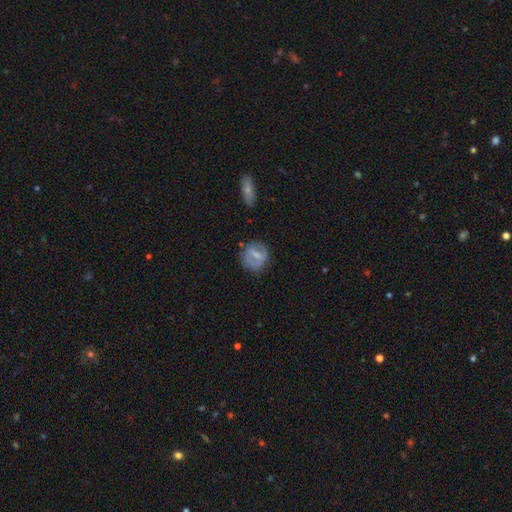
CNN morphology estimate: Smooth or featured?
  - featured or disk: 51% *
  - smooth: 42%
  - star or artifact: 7%
Edge-on disk?
  - no: 95% *
  - yes: 5%
Merging?
  - none: 72% *
  - minor disturbance: 18%
  - major disturbance: 7%
  - merger: 3%